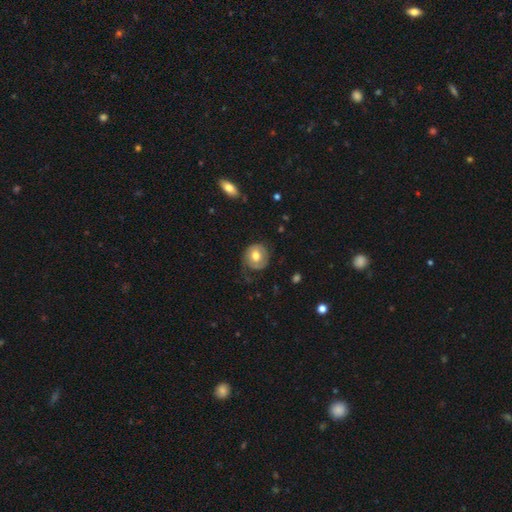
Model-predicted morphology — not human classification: Q: Smooth or featured?
A: smooth (58%); runner-up: featured or disk (35%)
Q: How rounded?
A: round (85%); runner-up: in between (14%)
Q: Merging?
A: none (67%); runner-up: minor disturbance (22%)